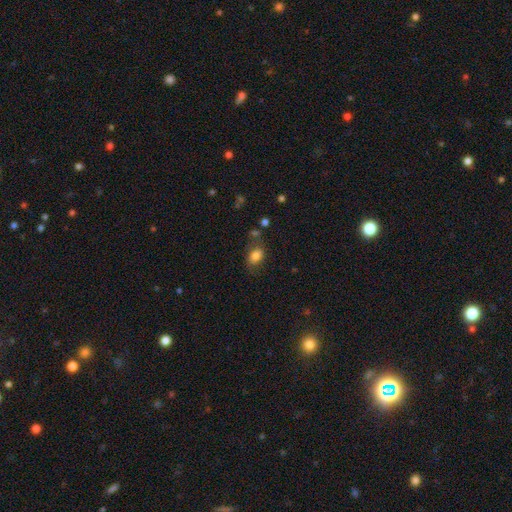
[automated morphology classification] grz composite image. It shows a smooth galaxy with no disk features (80%) that is in between round and cigar-shaped (79%). Merging: none (65%).